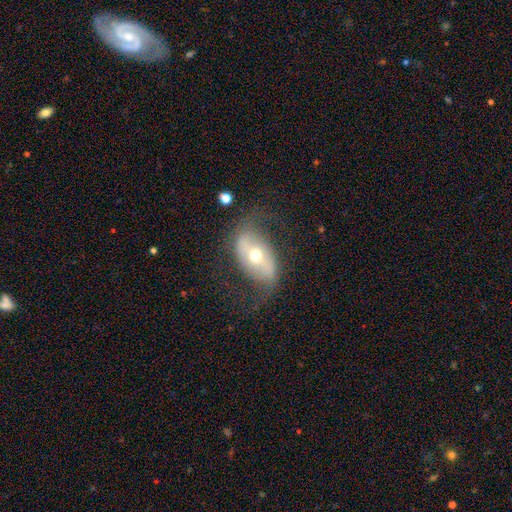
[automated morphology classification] Smooth or featured? featured or disk (72%)
Edge-on disk? no (92%)
Bar? no (36%)
Spiral arms? yes (77%)
Spiral winding? loose (70%)
Spiral arm count? 2 (89%)
Bulge size? moderate (71%)
Merging? none (67%)